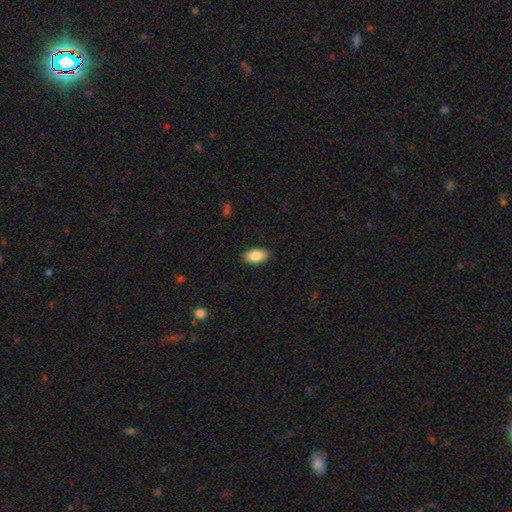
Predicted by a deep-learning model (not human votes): Smooth or featured? smooth (86%)
How rounded? in between (94%)
Merging? none (86%)